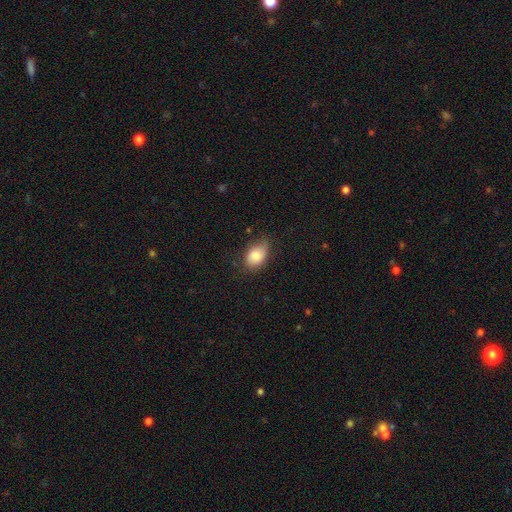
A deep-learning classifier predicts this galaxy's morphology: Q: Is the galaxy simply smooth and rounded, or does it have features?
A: smooth — 81%.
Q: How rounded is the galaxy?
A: in between — 84%.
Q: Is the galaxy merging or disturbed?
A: none — 63%.